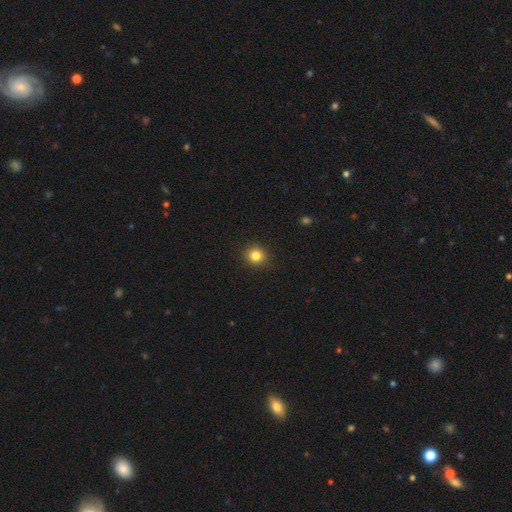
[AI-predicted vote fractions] This appears to be a smooth galaxy with no disk features (83%) that is round (89%). Merging: none (91%).